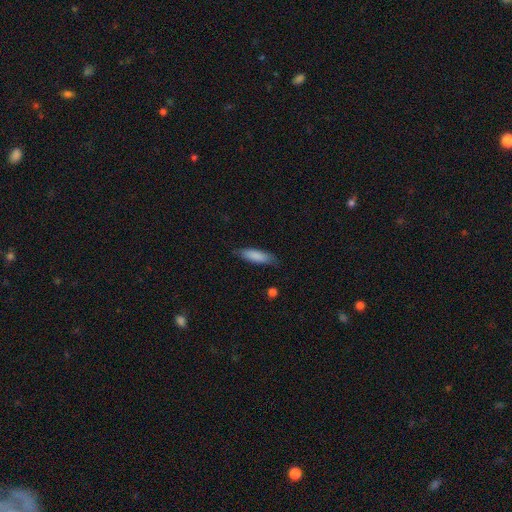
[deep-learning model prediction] This is clearly a smooth galaxy (85%). How rounded: possibly cigar-shaped (51%). Merging: likely none (80%).